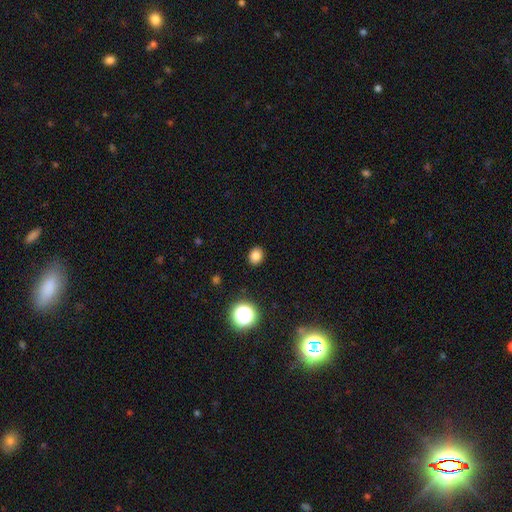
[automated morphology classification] Smooth or featured? Predicted: smooth (p=0.82). How rounded? Predicted: round (p=0.56). Merging? Predicted: none (p=0.89).